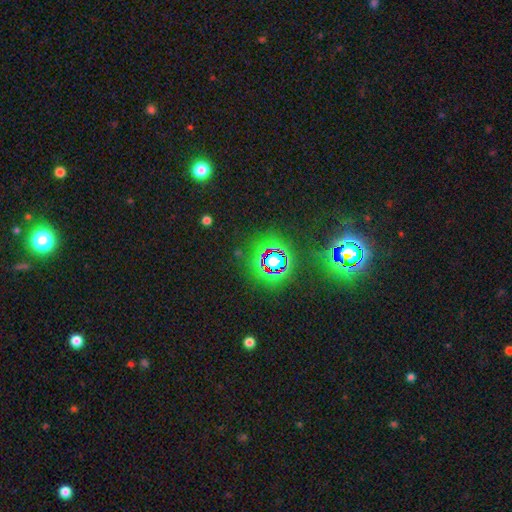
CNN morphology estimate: The model was most divided on "smooth or featured": star or artifact: 79%, smooth: 14%, featured or disk: 7%.